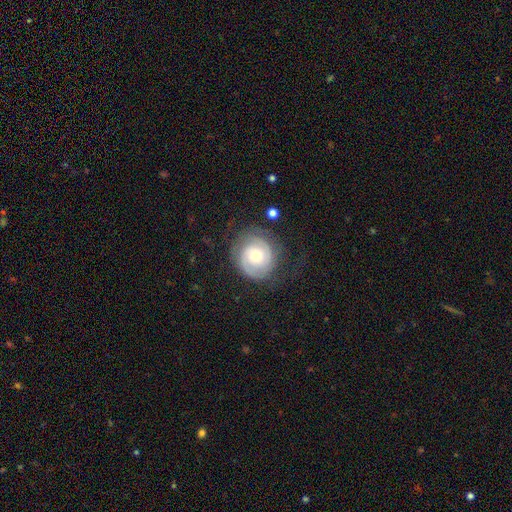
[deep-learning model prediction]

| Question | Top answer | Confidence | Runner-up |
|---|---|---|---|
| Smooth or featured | featured or disk | 67% | smooth (26%) |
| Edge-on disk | no | 98% | yes (2%) |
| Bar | no | 71% | weak (25%) |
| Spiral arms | yes | 88% | no (12%) |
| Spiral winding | tight | 60% | medium (29%) |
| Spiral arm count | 2 | 59% | can't tell (22%) |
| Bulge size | moderate | 57% | small (30%) |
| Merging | none | 67% | minor disturbance (19%) |